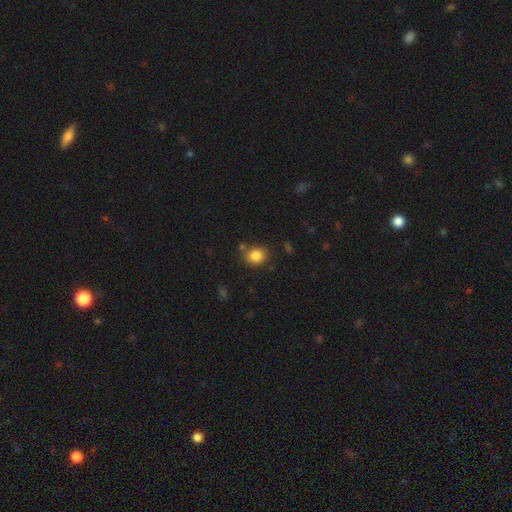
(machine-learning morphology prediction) Smooth or featured? smooth (85%)
How rounded? round (72%)
Merging? none (79%)